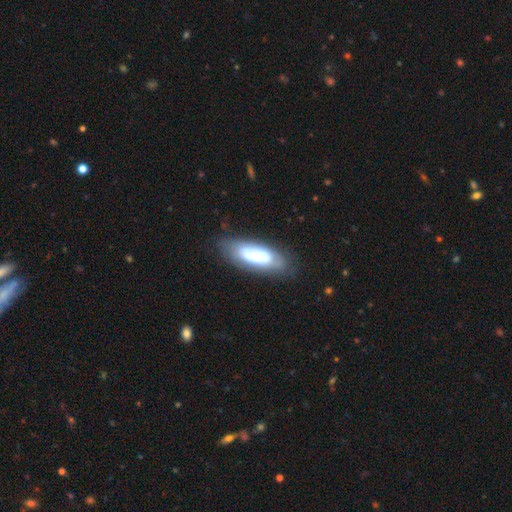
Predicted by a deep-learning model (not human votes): Overall: smooth (49%; featured or disk 43%). Merging: none (68%).